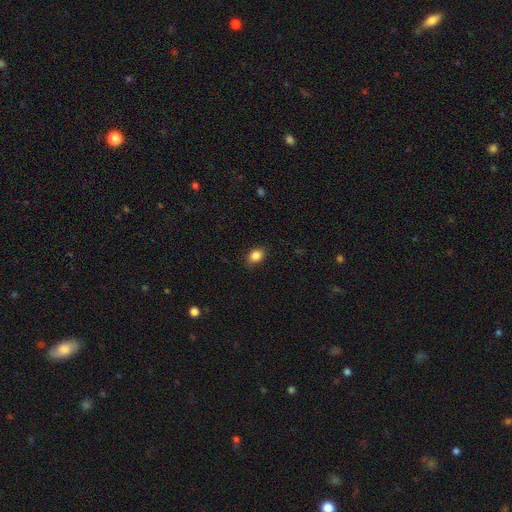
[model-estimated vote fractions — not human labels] Q: Smooth or featured?
A: smooth (86%); runner-up: star or artifact (9%)
Q: How rounded?
A: in between (71%); runner-up: round (27%)
Q: Merging?
A: none (85%); runner-up: minor disturbance (11%)